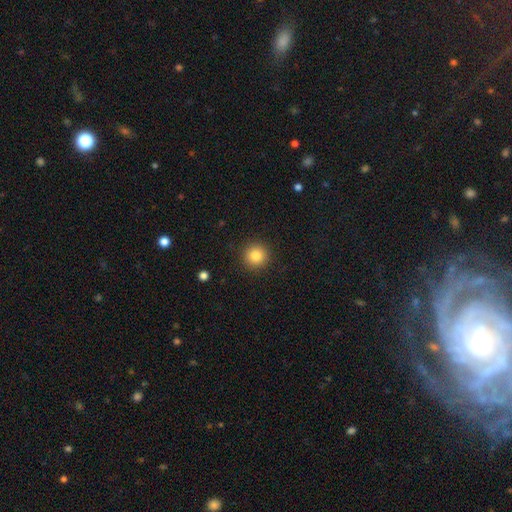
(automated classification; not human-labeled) Smooth or featured?
  - smooth: 84% *
  - star or artifact: 11%
  - featured or disk: 5%
How rounded?
  - round: 95% *
  - in between: 4%
  - cigar-shaped: 1%
Merging?
  - none: 92% *
  - minor disturbance: 5%
  - major disturbance: 2%
  - merger: 1%